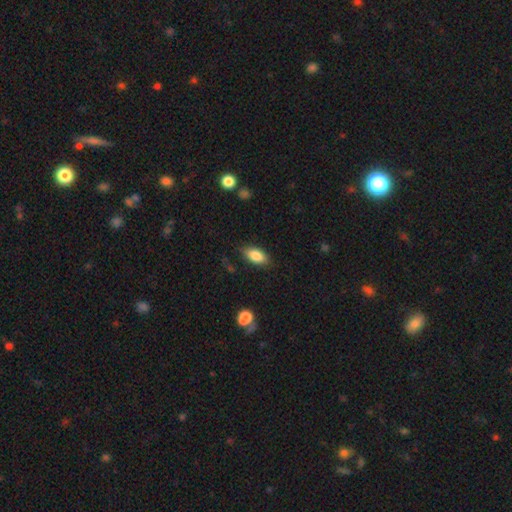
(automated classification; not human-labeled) Morphology: type=smooth (85%); roundness=in between (90%); merging=none (82%).